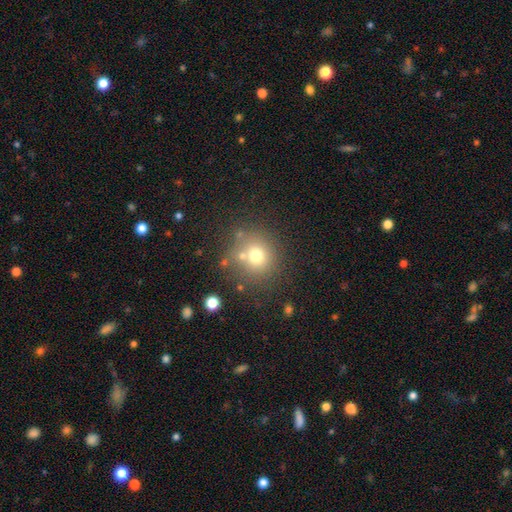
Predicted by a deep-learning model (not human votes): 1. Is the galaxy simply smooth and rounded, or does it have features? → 69% smooth, 17% star or artifact, 14% featured or disk.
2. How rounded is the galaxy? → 88% round, 11% in between, 1% cigar-shaped.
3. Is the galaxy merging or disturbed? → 68% none, 15% merger, 11% minor disturbance, 5% major disturbance.